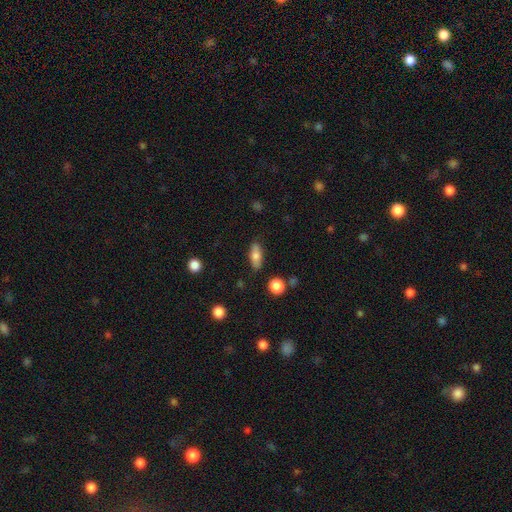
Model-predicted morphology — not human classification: A smooth galaxy with no disk features (73%) that is in between round and cigar-shaped (72%). Merging: none (82%).